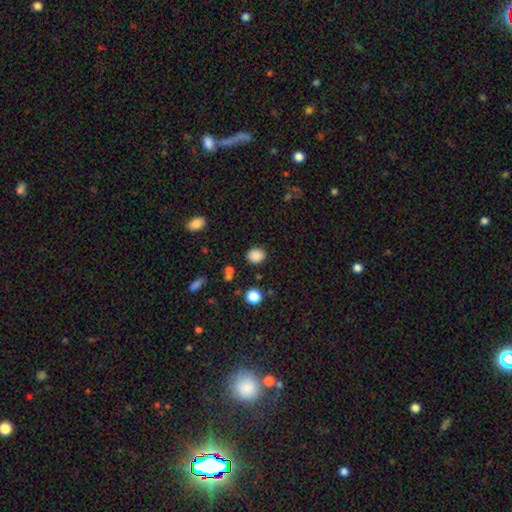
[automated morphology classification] Q: Smooth or featured?
A: smooth (86%); runner-up: star or artifact (11%)
Q: How rounded?
A: round (70%); runner-up: in between (29%)
Q: Merging?
A: none (85%); runner-up: minor disturbance (9%)